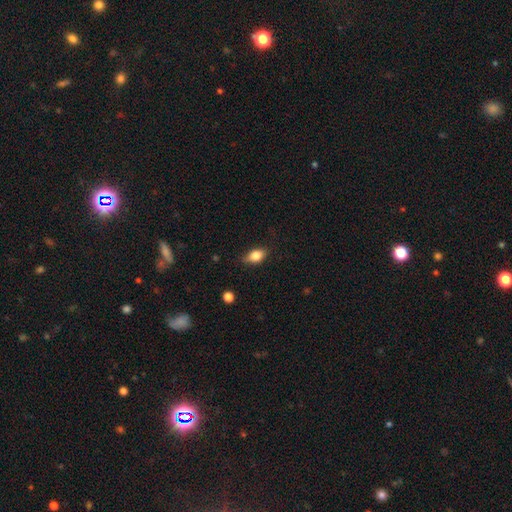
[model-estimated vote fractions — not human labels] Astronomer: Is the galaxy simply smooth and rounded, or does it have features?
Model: smooth — 81%.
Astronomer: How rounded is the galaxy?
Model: in between — 80%.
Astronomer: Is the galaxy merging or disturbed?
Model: none — 74%.